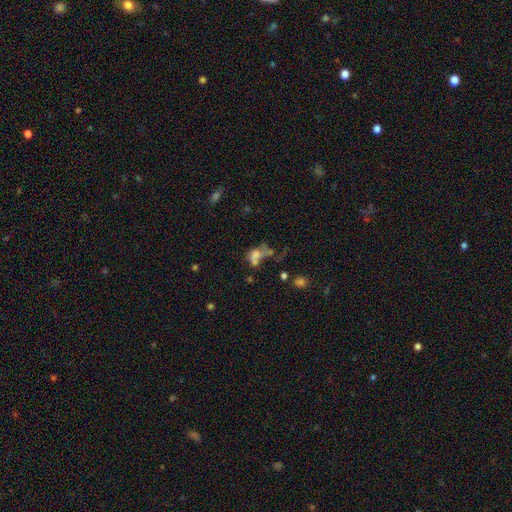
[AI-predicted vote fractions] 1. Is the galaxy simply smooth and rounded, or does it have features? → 49% smooth, 33% featured or disk, 18% star or artifact.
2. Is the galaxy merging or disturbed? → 43% merger, 30% major disturbance, 17% none, 10% minor disturbance.